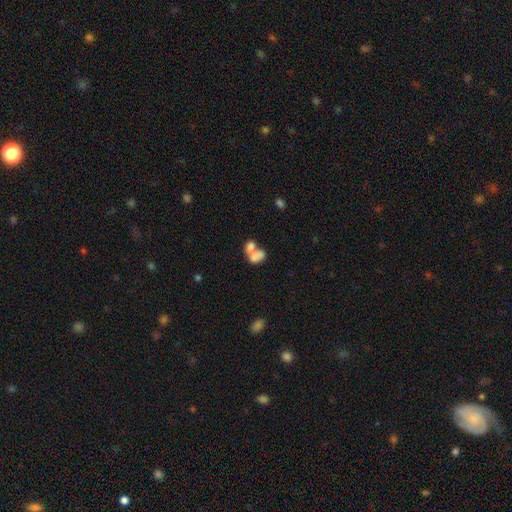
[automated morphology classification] This is likely a smooth galaxy (68%). How rounded: likely in between (77%). Merging: likely merger (70%).